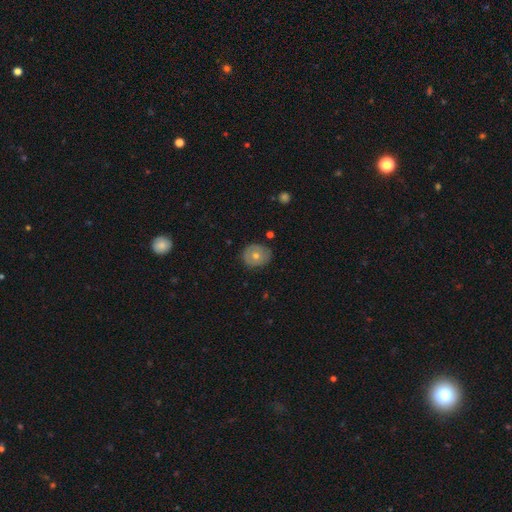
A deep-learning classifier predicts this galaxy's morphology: Smooth or featured: smooth — 60% (featured or disk — 32%)
How rounded: round — 76% (in between — 23%)
Merging: none — 79% (minor disturbance — 16%)